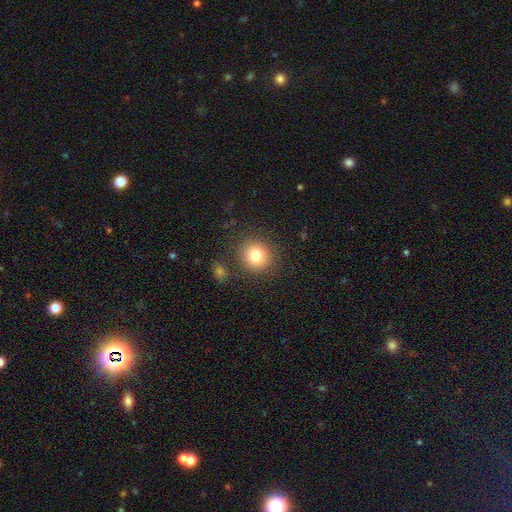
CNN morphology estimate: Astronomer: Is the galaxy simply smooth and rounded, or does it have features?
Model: smooth — 79%.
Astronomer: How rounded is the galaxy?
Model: round — 90%.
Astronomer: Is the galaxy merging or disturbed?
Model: none — 86%.